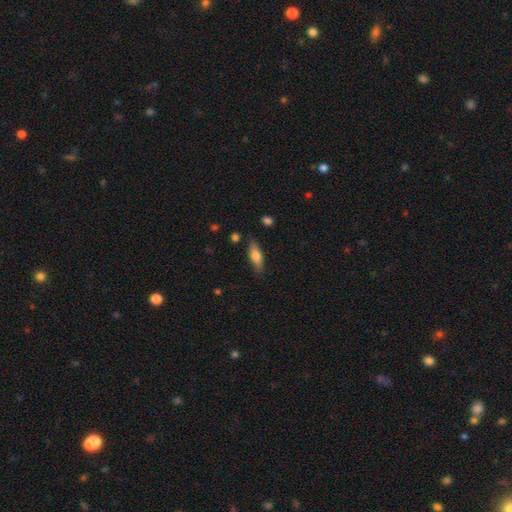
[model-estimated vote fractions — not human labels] Overall: smooth (71%). How rounded: in between (57%; cigar-shaped 41%). Merging: none (82%).